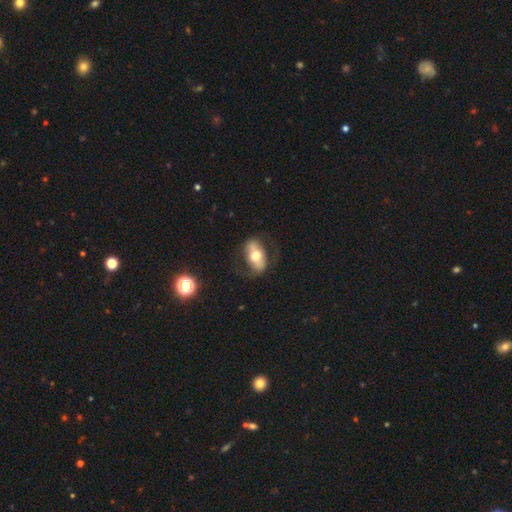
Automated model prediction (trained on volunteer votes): Smooth or featured: featured or disk — 50% (smooth — 44%)
Merging: none — 69% (minor disturbance — 18%)